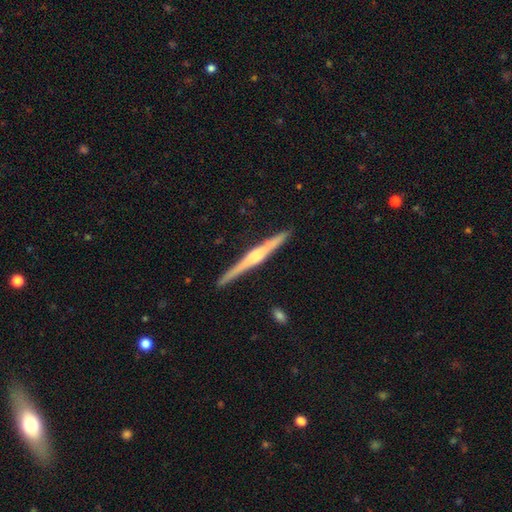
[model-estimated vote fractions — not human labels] Overall: featured or disk (78%). Edge-on disk: yes (98%). Edge-on bulge: rounded (66%). Merging: none (91%).